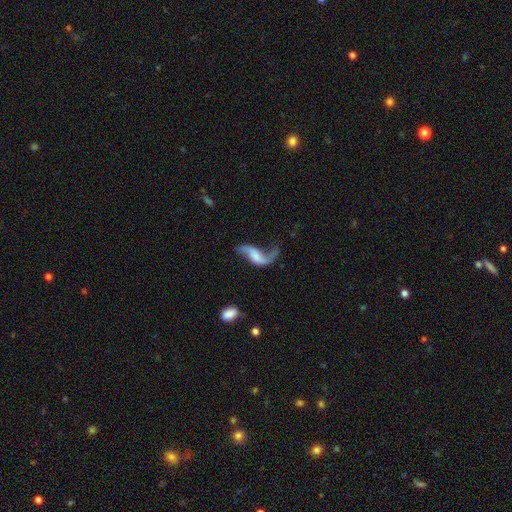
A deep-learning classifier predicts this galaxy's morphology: Q: Smooth or featured?
A: featured or disk (78%); runner-up: smooth (15%)
Q: Edge-on disk?
A: no (94%); runner-up: yes (6%)
Q: Bar?
A: no (45%); runner-up: weak (38%)
Q: Spiral arms?
A: yes (90%); runner-up: no (10%)
Q: Spiral winding?
A: loose (91%); runner-up: medium (7%)
Q: Spiral arm count?
A: 2 (84%); runner-up: 1 (11%)
Q: Bulge size?
A: none (41%); runner-up: small (30%)
Q: Merging?
A: none (47%); runner-up: major disturbance (26%)